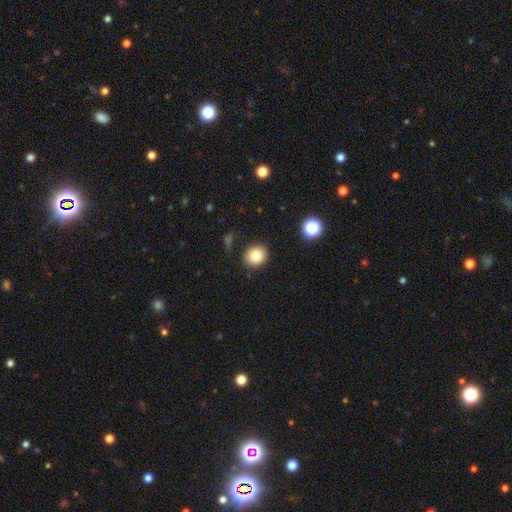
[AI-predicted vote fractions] Q: Smooth or featured?
A: smooth (80%); runner-up: star or artifact (11%)
Q: How rounded?
A: round (82%); runner-up: in between (17%)
Q: Merging?
A: none (87%); runner-up: minor disturbance (9%)